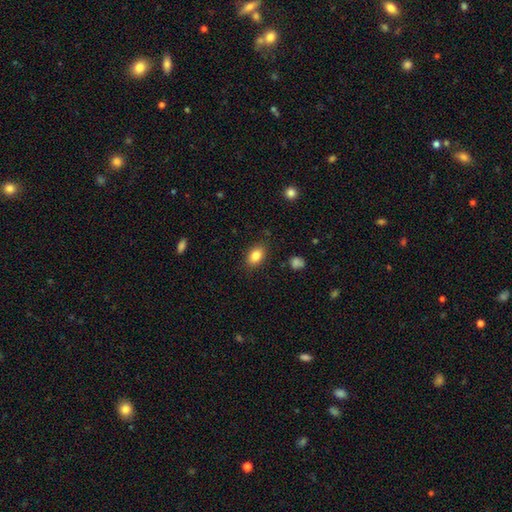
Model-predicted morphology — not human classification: Smooth or featured? Predicted: smooth (p=0.84). How rounded? Predicted: in between (p=0.85). Merging? Predicted: none (p=0.85).